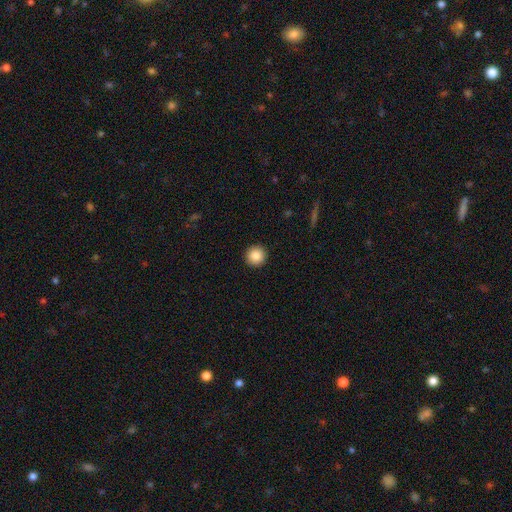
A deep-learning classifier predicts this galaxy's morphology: Smooth or featured: smooth — 87% (star or artifact — 9%)
How rounded: round — 96% (in between — 3%)
Merging: none — 93% (minor disturbance — 4%)